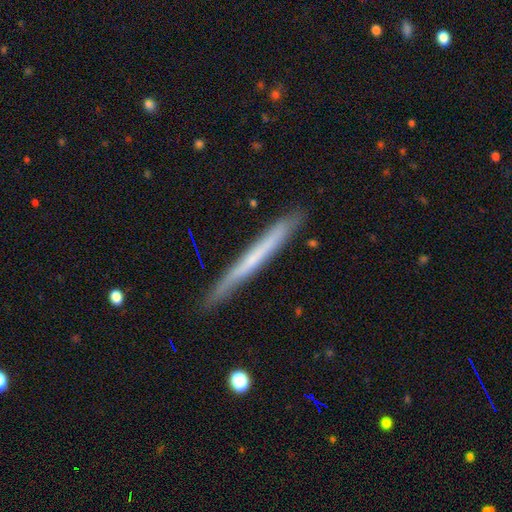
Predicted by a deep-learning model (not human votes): Smooth or featured? featured or disk (49%)
Merging? none (87%)